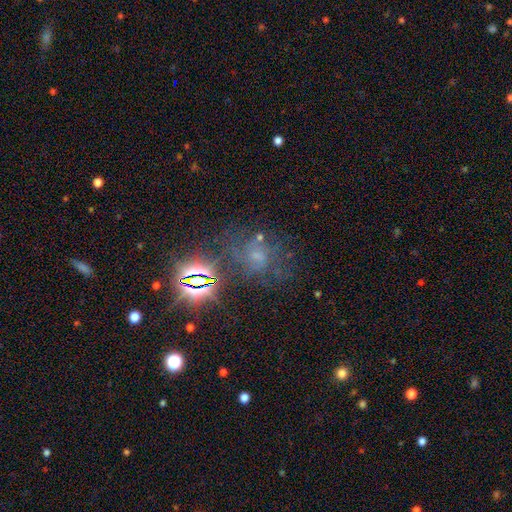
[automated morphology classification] Overall: star or artifact (48%; featured or disk 29%).